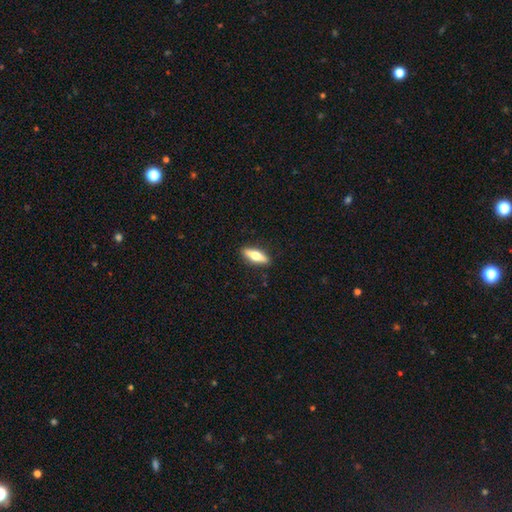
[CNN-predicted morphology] A smooth galaxy with no disk features (57%) that is in between round and cigar-shaped (51%). Merging: none (89%).